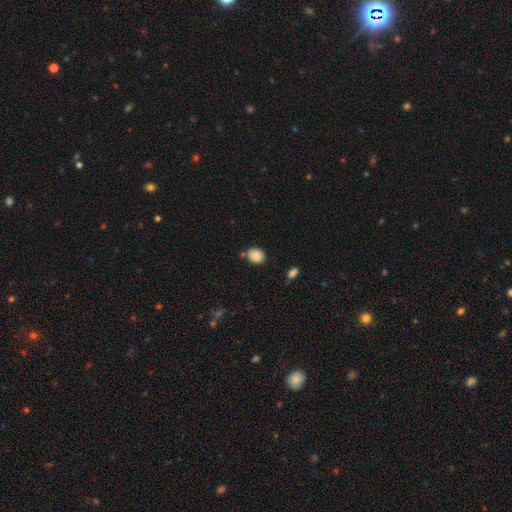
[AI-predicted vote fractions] The model was most divided on "how rounded": round: 63%, in between: 36%, cigar-shaped: 1%. More confident: smooth or featured — smooth (87%); merging — none (73%).